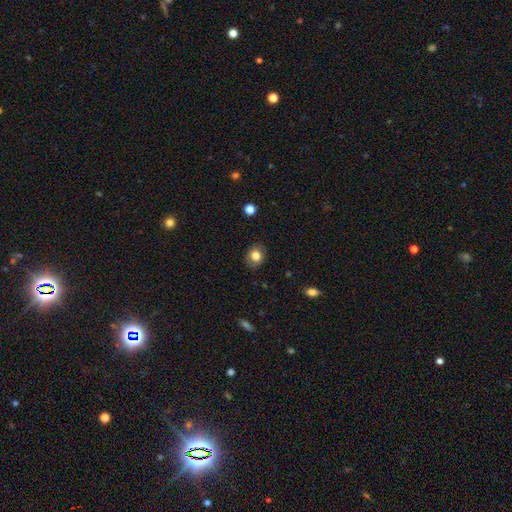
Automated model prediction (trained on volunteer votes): Smooth or featured? Predicted: smooth (p=0.80). How rounded? Predicted: round (p=0.59). Merging? Predicted: none (p=0.85).